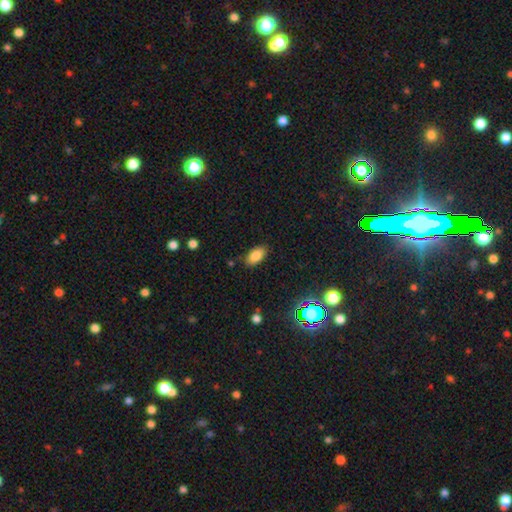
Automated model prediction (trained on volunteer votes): Smooth or featured? Predicted: smooth (p=0.83). How rounded? Predicted: in between (p=0.93). Merging? Predicted: none (p=0.85).